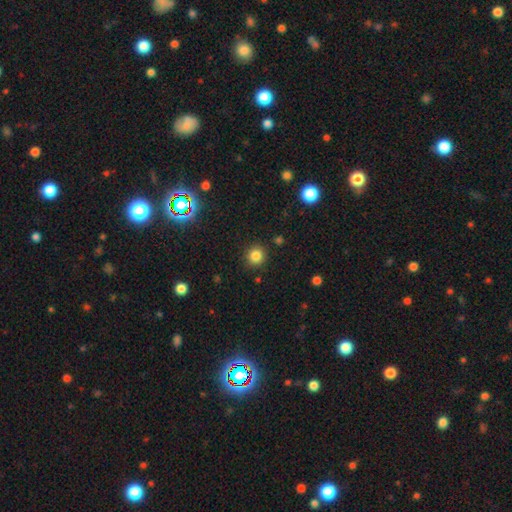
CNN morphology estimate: Smooth or featured? smooth (82%)
How rounded? round (92%)
Merging? none (89%)